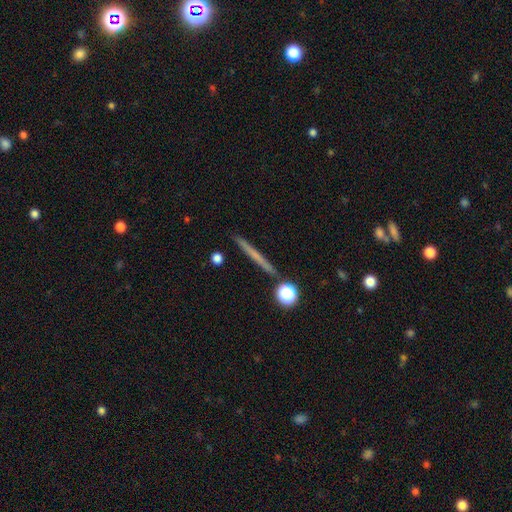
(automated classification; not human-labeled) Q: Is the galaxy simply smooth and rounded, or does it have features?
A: smooth — 51%.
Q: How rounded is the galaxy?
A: cigar-shaped — 92%.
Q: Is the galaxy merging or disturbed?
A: none — 89%.